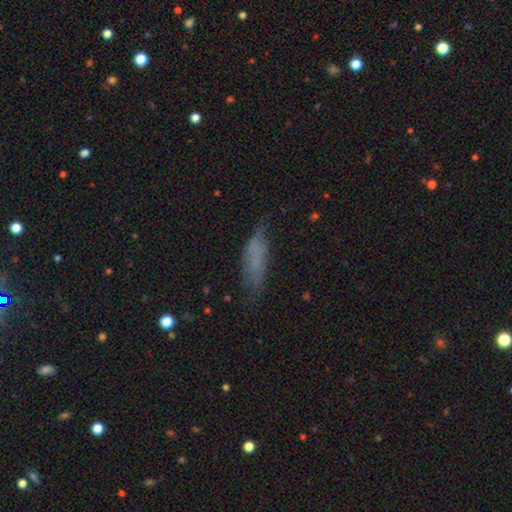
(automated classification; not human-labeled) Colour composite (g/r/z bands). It shows a smooth galaxy with no disk features (63%) that is cigar-shaped (56%). Merging: none (60%).